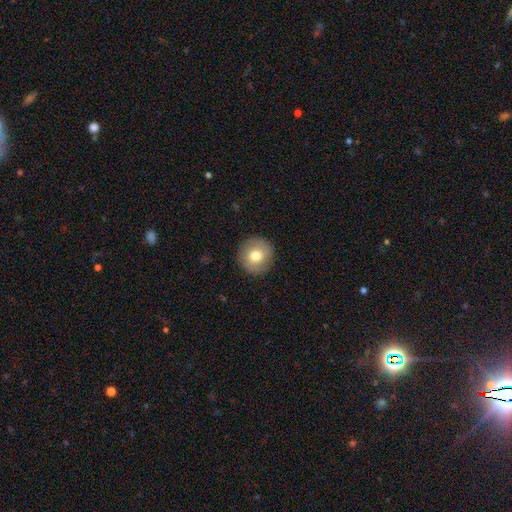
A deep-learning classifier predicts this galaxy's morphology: The model was most divided on "smooth or featured": smooth: 76%, featured or disk: 16%, star or artifact: 8%. More confident: how rounded — round (93%); merging — none (91%).